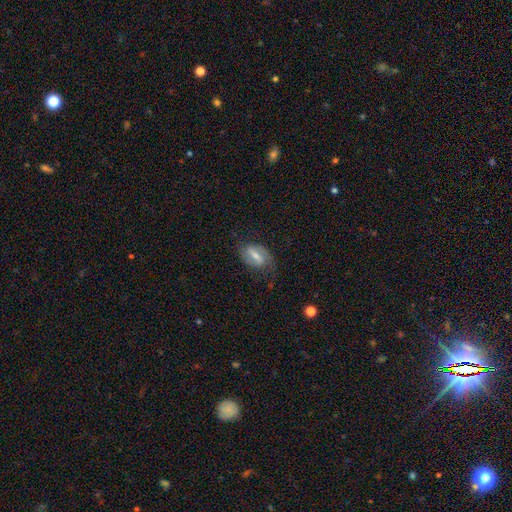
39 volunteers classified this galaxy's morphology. smooth_or_featured: featured or disk (p=0.62) [alt: smooth p=0.38]
disk_edge_on: no (p=1.00)
bar: strong (p=0.58) [alt: weak p=0.38]
has_spiral_arms: yes (p=0.92) [alt: no p=0.08]
spiral_winding: medium (p=0.64) [alt: tight p=0.23]
spiral_arm_count: 2 (p=0.68) [alt: can't tell p=0.27]
bulge_size: small (p=0.50) [alt: moderate p=0.33]
merging: none (p=0.74) [alt: minor disturbance p=0.15]